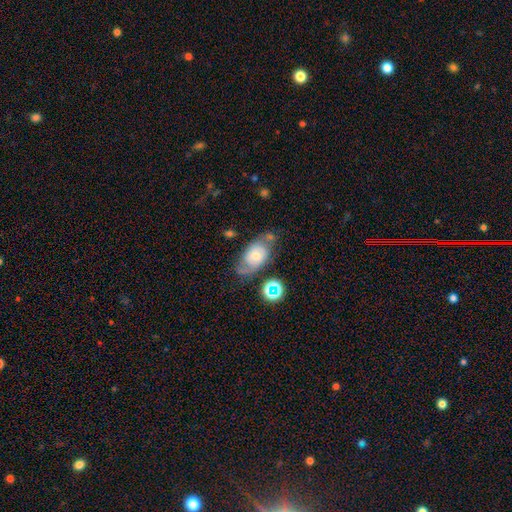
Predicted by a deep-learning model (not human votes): Morphology: type=featured or disk (49%); merging=none (51%).